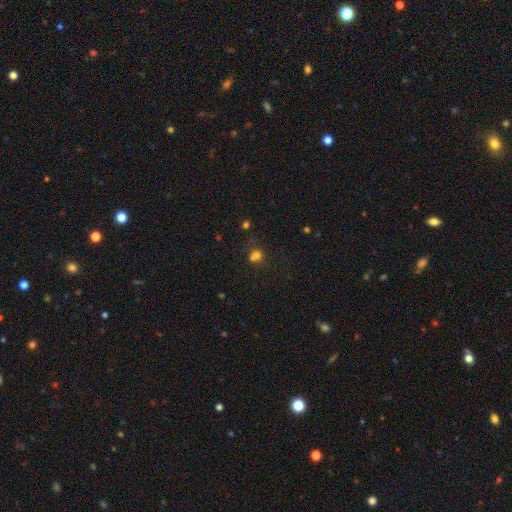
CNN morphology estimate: Q: Smooth or featured?
A: smooth (70%); runner-up: star or artifact (19%)
Q: How rounded?
A: round (69%); runner-up: in between (30%)
Q: Merging?
A: none (40%); runner-up: merger (39%)